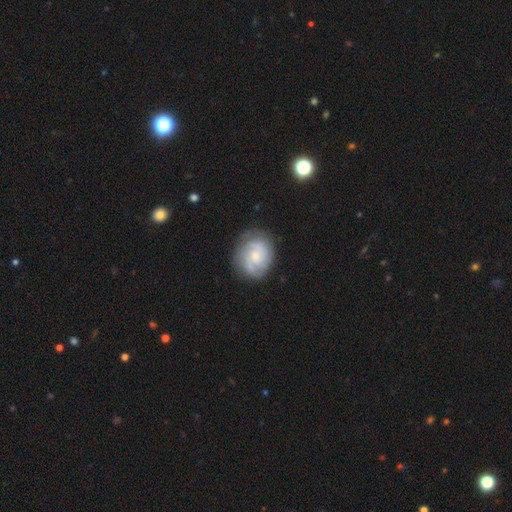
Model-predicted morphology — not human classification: smooth-or-featured: featured or disk: 75% | smooth: 19% | star or artifact: 6%
  disk-edge-on: no: 98% | yes: 2%
    bar: no: 73% | weak: 24% | strong: 3%
    has-spiral-arms: yes: 93% | no: 7%
      spiral-winding: tight: 58% | medium: 33% | loose: 9%
      spiral-arm-count: 3: 28% | can't tell: 27% | 2: 26% | 4: 8% | 1: 5% | more than 4: 5%
    bulge-size: small: 72% | moderate: 23% | none: 3% | large: 1% | dominant: 1%
  merging: none: 76% | minor disturbance: 17% | major disturbance: 6% | merger: 1%